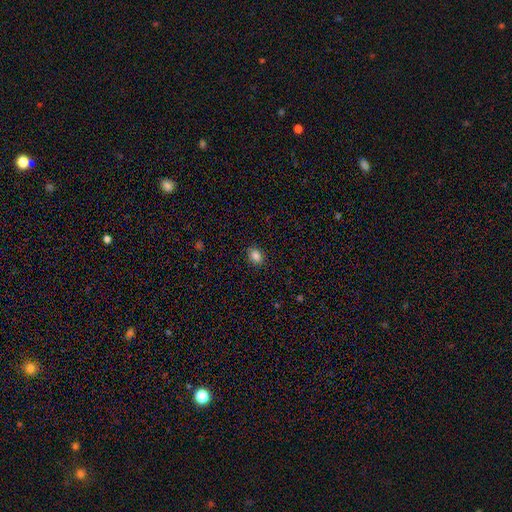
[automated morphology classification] Smooth or featured: smooth — 86% (star or artifact — 10%)
How rounded: in between — 67% (round — 32%)
Merging: none — 87% (minor disturbance — 9%)